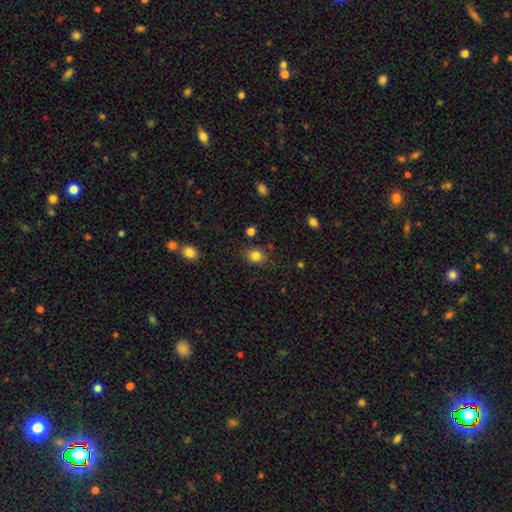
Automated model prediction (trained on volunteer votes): Smooth or featured? smooth (83%)
How rounded? round (53%)
Merging? none (81%)